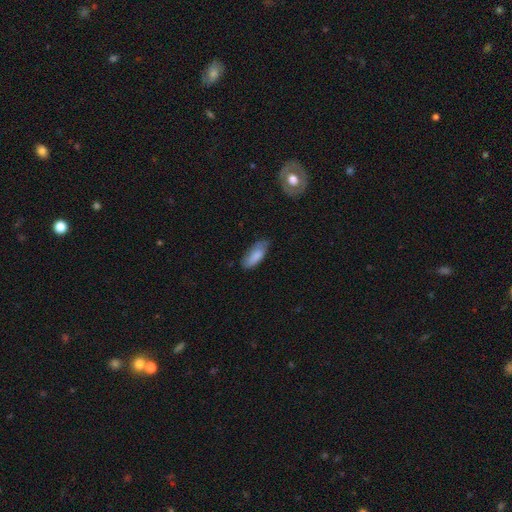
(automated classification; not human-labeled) This is clearly a smooth galaxy (83%). How rounded: likely in between (74%). Merging: likely none (68%).